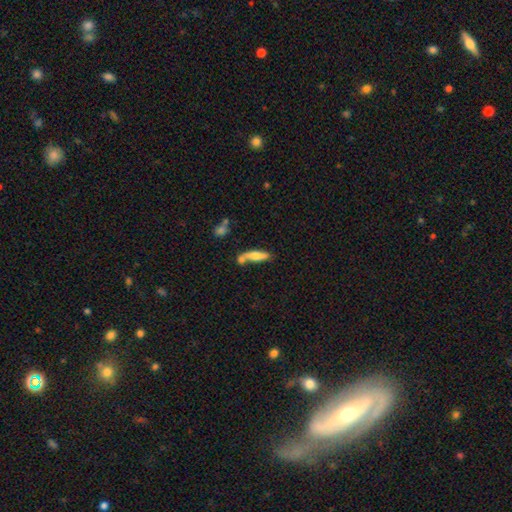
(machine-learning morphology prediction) Smooth or featured: smooth — 64% (featured or disk — 29%)
How rounded: cigar-shaped — 67% (in between — 30%)
Merging: none — 52% (merger — 25%)